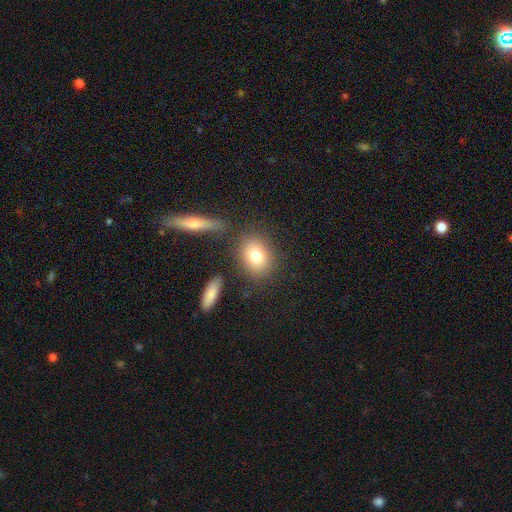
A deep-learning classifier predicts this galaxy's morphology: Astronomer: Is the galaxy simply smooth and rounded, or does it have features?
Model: smooth — 78%.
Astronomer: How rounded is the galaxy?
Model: round — 50% (runner-up: in between, 47%).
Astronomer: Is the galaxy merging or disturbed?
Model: none — 78%.